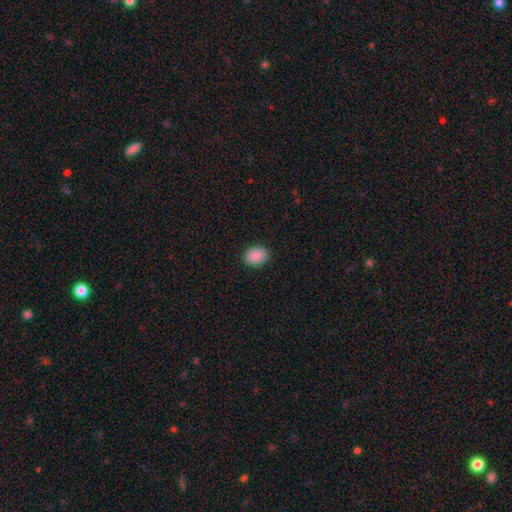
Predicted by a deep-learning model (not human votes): A smooth galaxy with no disk features (90%) that is in between round and cigar-shaped (53%). Merging: none (90%).